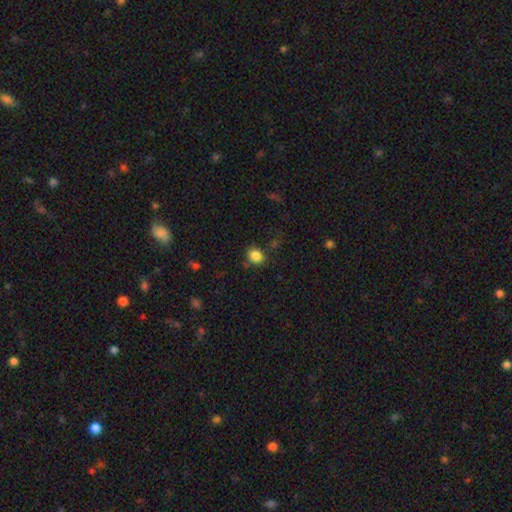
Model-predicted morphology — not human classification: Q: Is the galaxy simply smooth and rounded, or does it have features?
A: smooth — 84%.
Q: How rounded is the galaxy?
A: round — 63%.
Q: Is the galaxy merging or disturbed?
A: none — 78%.